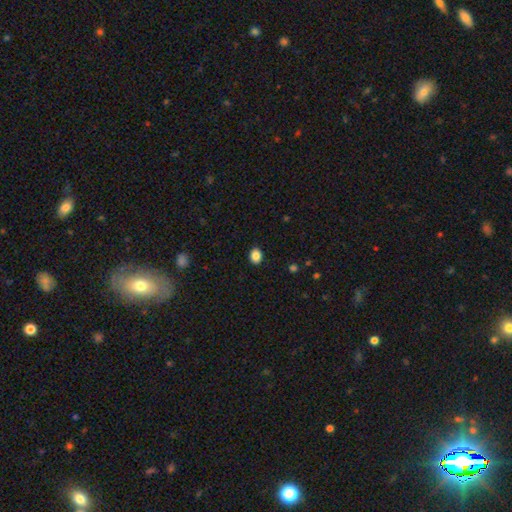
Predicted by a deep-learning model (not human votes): Smooth or featured? smooth (87%)
How rounded? in between (59%)
Merging? none (90%)